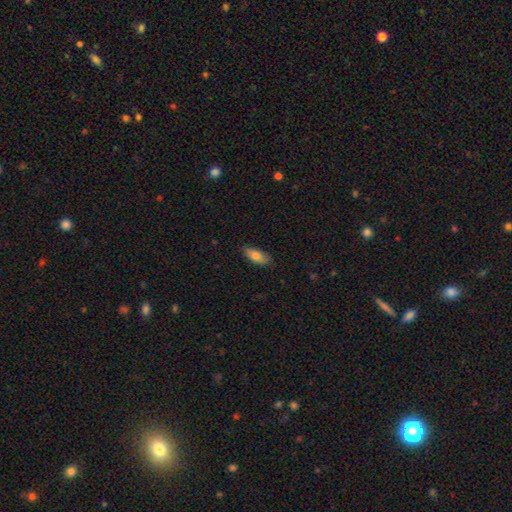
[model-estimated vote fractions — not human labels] smooth-or-featured: smooth: 79% | featured or disk: 15% | star or artifact: 6%
  how-rounded: in between: 83% | cigar-shaped: 15% | round: 2%
  merging: none: 82% | minor disturbance: 15% | major disturbance: 2% | merger: 1%